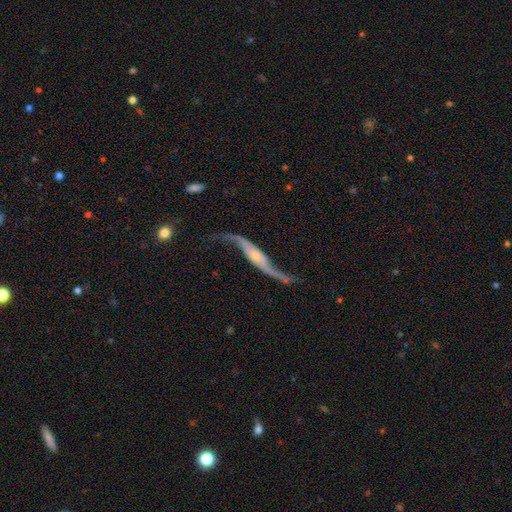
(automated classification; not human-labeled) Morphology: type=featured or disk (89%); edge-on=no (77%); bar=no (55%); spiral arms=yes (95%); winding=loose (94%); arm count=2 (94%); bulge=small (63%); merging=none (67%).